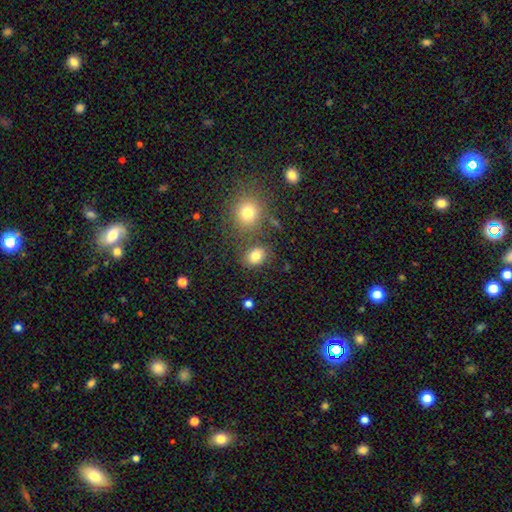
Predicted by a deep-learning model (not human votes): smooth_or_featured: smooth (p=0.79) [alt: star or artifact p=0.13]
how_rounded: in between (p=0.51) [alt: round p=0.48]
merging: none (p=0.71) [alt: minor disturbance p=0.13]